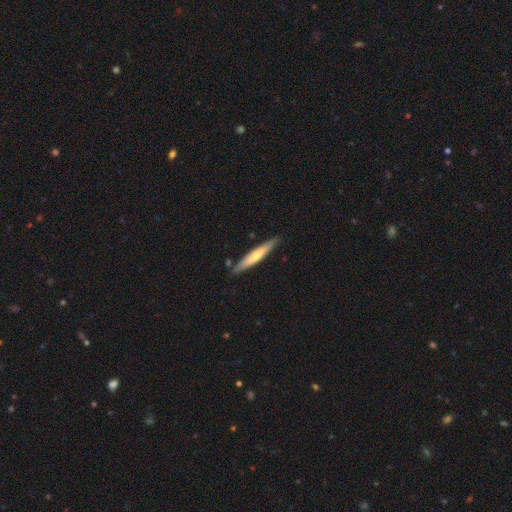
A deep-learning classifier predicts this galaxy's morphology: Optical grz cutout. It shows a smooth galaxy with no disk features (54%) that is cigar-shaped (93%). Merging: none (86%).